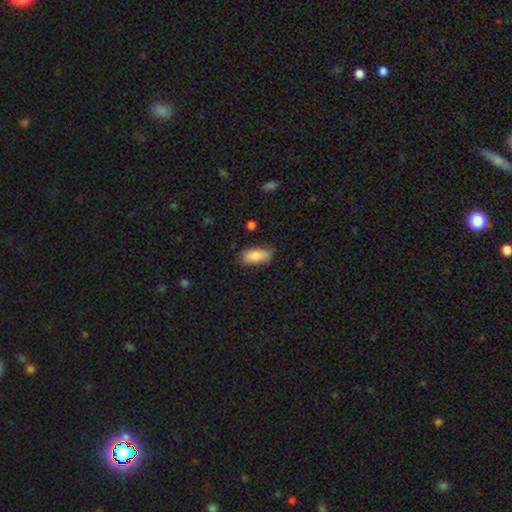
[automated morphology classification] This appears to be a smooth galaxy with no disk features (84%) that is in between round and cigar-shaped (87%). Merging: none (64%).